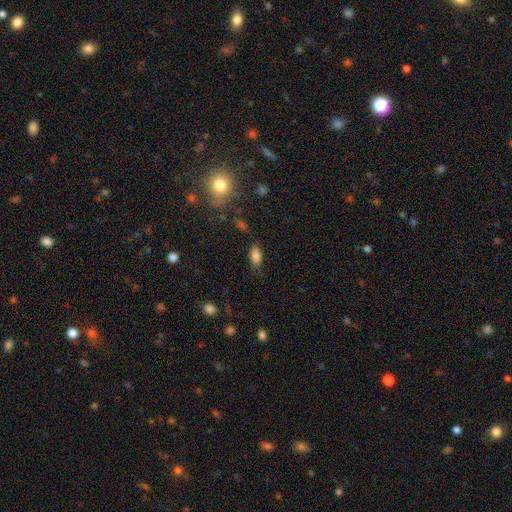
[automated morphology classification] Smooth or featured: smooth — 83% (star or artifact — 11%)
How rounded: in between — 90% (cigar-shaped — 5%)
Merging: none — 74% (minor disturbance — 18%)